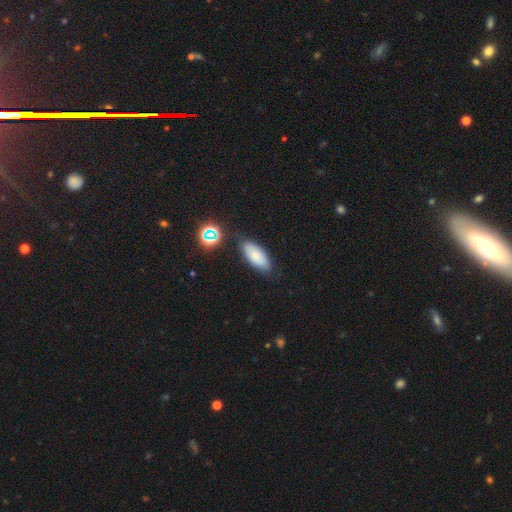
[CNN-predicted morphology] This appears to be a smooth galaxy with no disk features (79%) that is in between round and cigar-shaped (84%). Merging: none (78%).